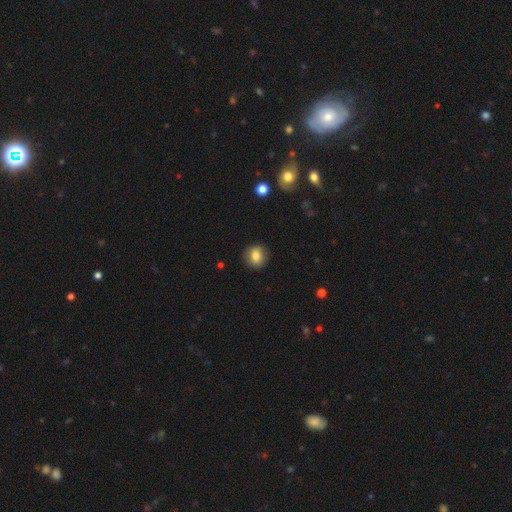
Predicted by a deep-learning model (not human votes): smooth-or-featured: smooth: 80% | featured or disk: 11% | star or artifact: 9%
  how-rounded: round: 76% | in between: 22% | cigar-shaped: 1%
  merging: none: 88% | minor disturbance: 9% | major disturbance: 2% | merger: 1%